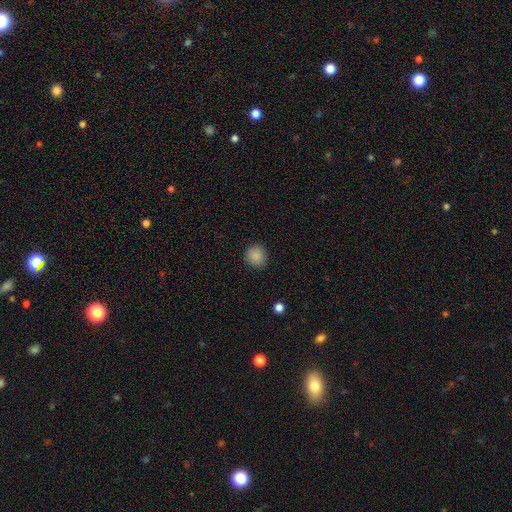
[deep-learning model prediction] A smooth galaxy with no disk features (88%) that is round (89%).

Vote fractions:
- Smooth or featured? smooth: 88% / star or artifact: 9% / featured or disk: 3%
- How rounded? round: 89% / in between: 10% / cigar-shaped: 1%
- Merging? none: 90% / minor disturbance: 7% / major disturbance: 2% / merger: 1%